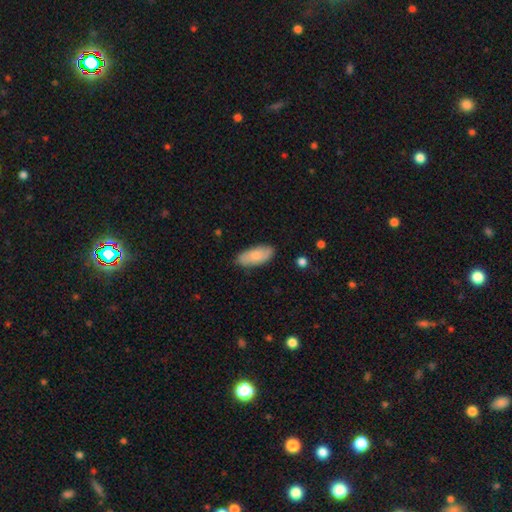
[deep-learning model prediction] smooth 76%, featured or disk 18%, star or artifact 6%. Down the decision tree: how rounded — in between (89%); merging — none (82%).